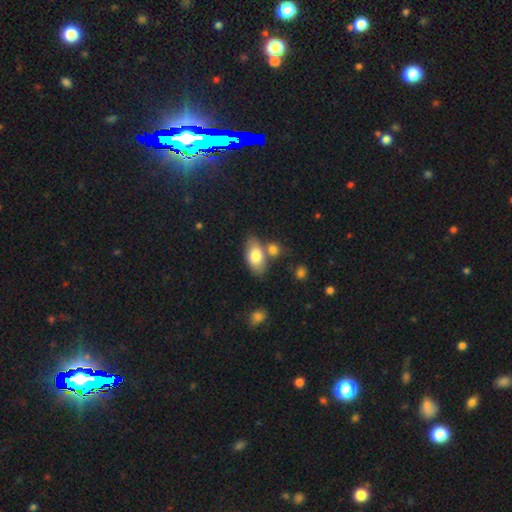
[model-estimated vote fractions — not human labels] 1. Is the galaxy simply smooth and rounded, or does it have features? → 79% smooth, 15% featured or disk, 6% star or artifact.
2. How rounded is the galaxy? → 91% in between, 5% round, 4% cigar-shaped.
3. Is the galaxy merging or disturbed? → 62% none, 20% merger, 14% minor disturbance, 4% major disturbance.